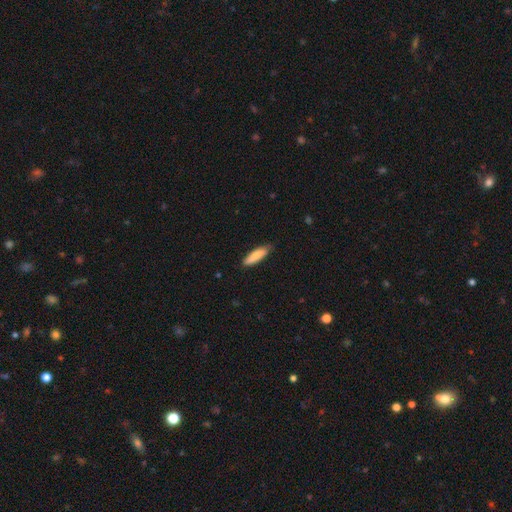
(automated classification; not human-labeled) Smooth or featured? Predicted: smooth (p=0.81). How rounded? Predicted: cigar-shaped (p=0.58). Merging? Predicted: none (p=0.81).